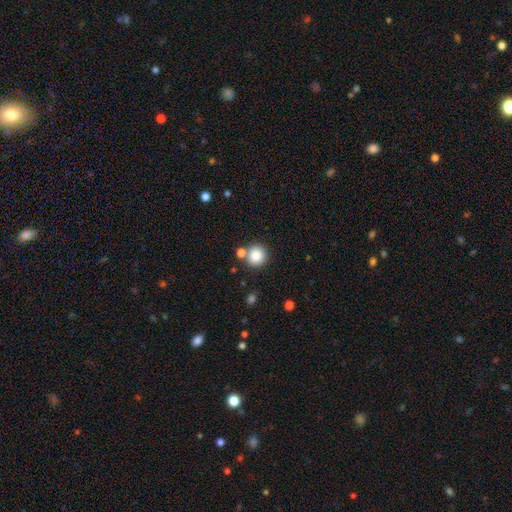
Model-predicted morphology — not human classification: Smooth or featured?
  - smooth: 85% *
  - star or artifact: 10%
  - featured or disk: 5%
How rounded?
  - round: 91% *
  - in between: 8%
  - cigar-shaped: 1%
Merging?
  - none: 73% *
  - merger: 15%
  - minor disturbance: 9%
  - major disturbance: 3%